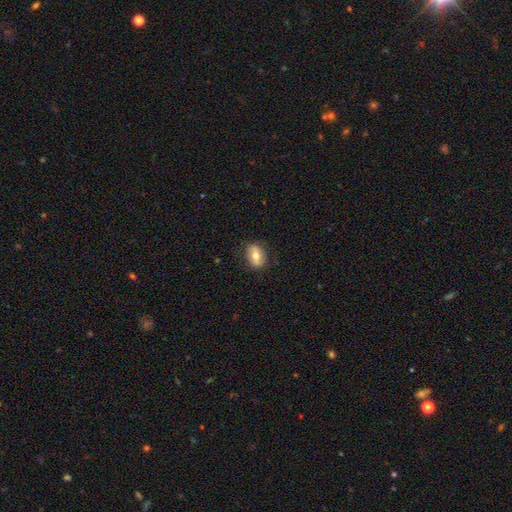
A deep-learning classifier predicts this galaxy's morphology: smooth_or_featured: smooth (p=0.57) [alt: featured or disk p=0.35]
how_rounded: in between (p=0.72) [alt: round p=0.25]
merging: none (p=0.81) [alt: minor disturbance p=0.14]